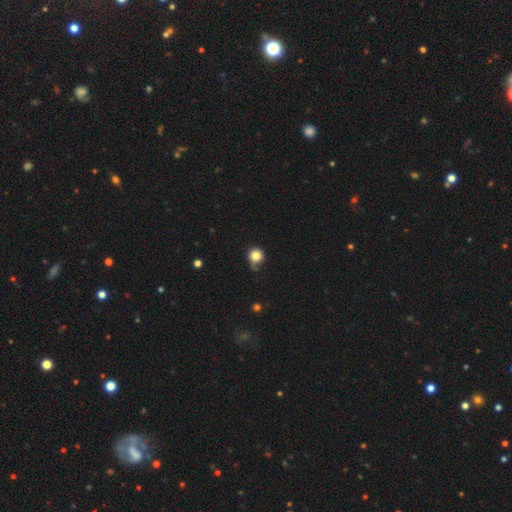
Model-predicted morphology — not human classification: smooth 83%, star or artifact 10%, featured or disk 8%. Down the decision tree: how rounded — round (91%); merging — none (55%).